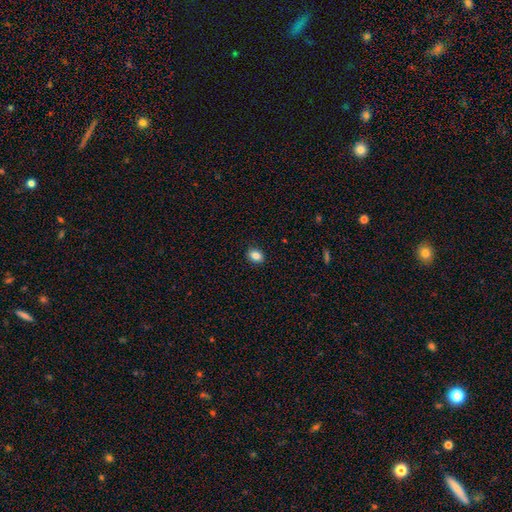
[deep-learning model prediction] A smooth galaxy with no disk features (84%) that is in between round and cigar-shaped (60%). Merging: none (90%).